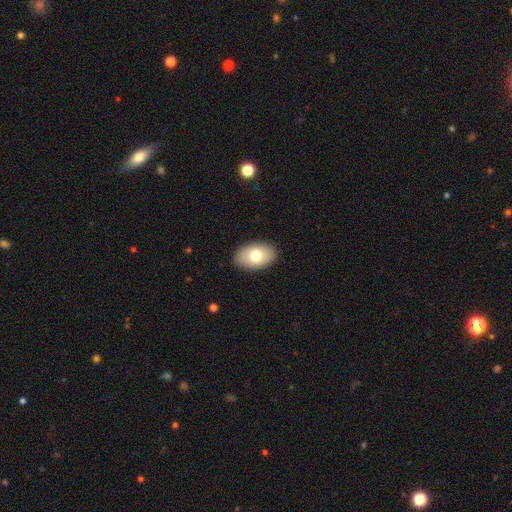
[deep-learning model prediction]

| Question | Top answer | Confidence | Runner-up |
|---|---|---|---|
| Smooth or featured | smooth | 75% | featured or disk (19%) |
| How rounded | in between | 92% | round (7%) |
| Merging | none | 89% | minor disturbance (8%) |